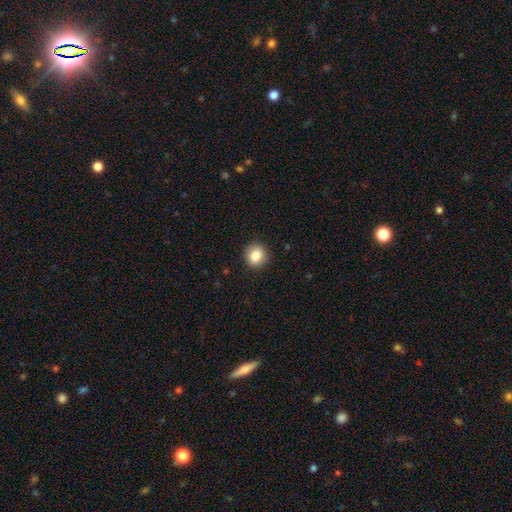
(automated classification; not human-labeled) Smooth or featured? smooth (86%)
How rounded? round (90%)
Merging? none (91%)